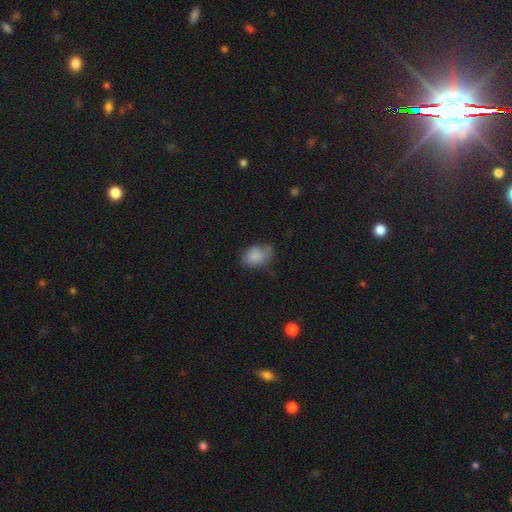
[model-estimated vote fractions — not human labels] This appears to be a smooth galaxy with no disk features (84%) that is in between round and cigar-shaped (75%). Merging: none (52%).